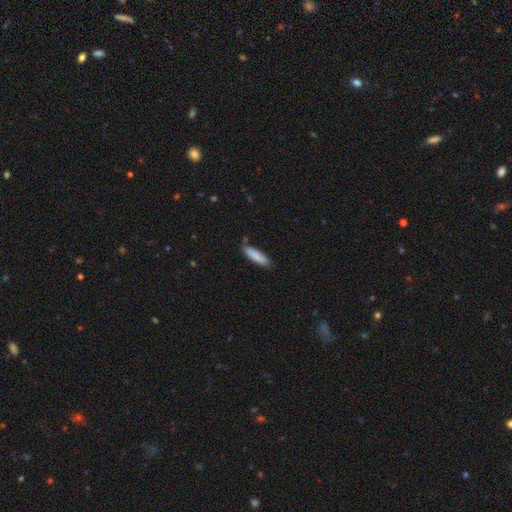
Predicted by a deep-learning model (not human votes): The model was most divided on "how rounded": cigar-shaped: 67%, in between: 32%, round: 1%. More confident: smooth or featured — smooth (86%); merging — none (82%).